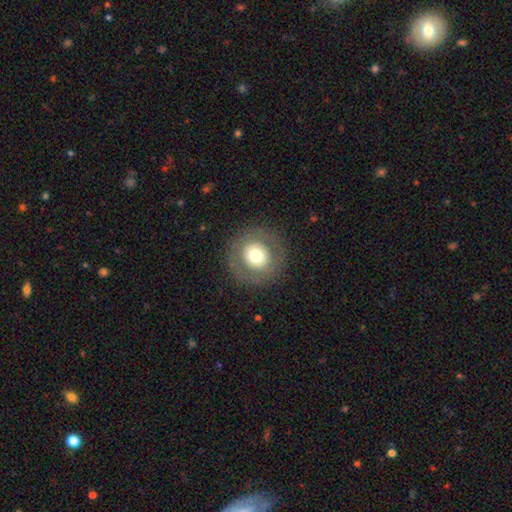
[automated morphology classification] smooth 63%, featured or disk 27%, star or artifact 10%. Down the decision tree: how rounded — round (94%); merging — none (86%).